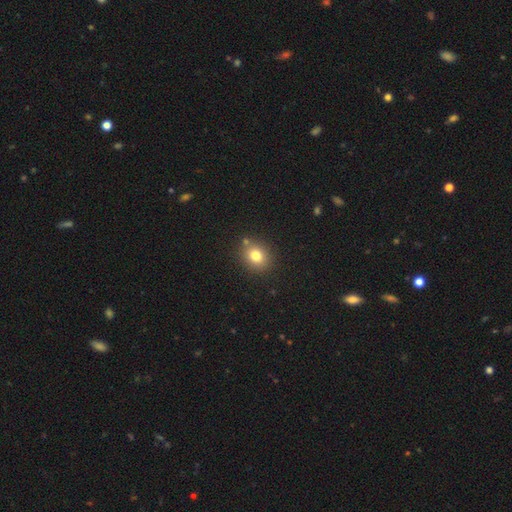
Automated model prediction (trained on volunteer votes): Smooth or featured: smooth — 78% (star or artifact — 13%)
How rounded: round — 70% (in between — 29%)
Merging: none — 82% (minor disturbance — 10%)